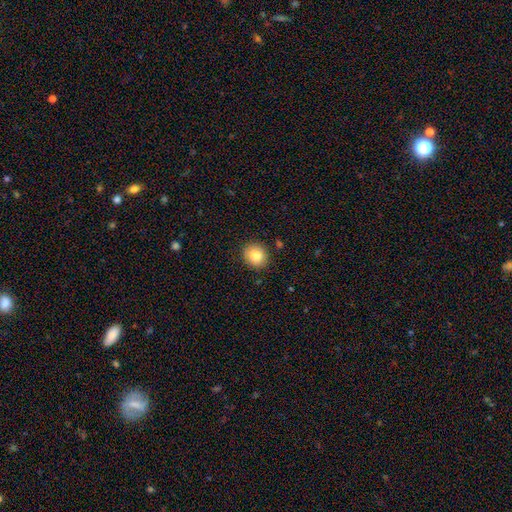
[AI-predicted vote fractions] Smooth or featured? smooth (84%)
How rounded? round (76%)
Merging? none (84%)